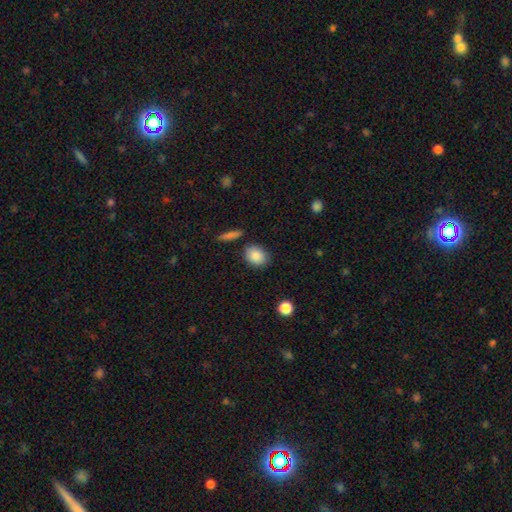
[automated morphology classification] The model was most divided on "how rounded": in between: 59%, round: 39%, cigar-shaped: 2%. More confident: smooth or featured — smooth (86%); merging — none (82%).